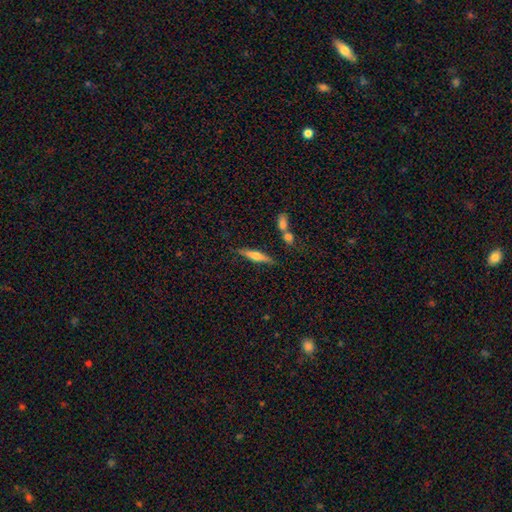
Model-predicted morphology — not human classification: Smooth or featured?
  - featured or disk: 49% *
  - smooth: 44%
  - star or artifact: 7%
Merging?
  - none: 79% *
  - minor disturbance: 11%
  - merger: 8%
  - major disturbance: 3%